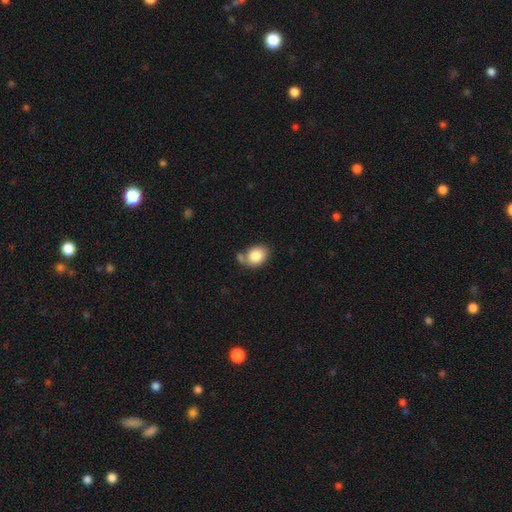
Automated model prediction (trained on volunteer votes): This is clearly a smooth galaxy (84%). How rounded: likely in between (61%). Merging: possibly none (55%).